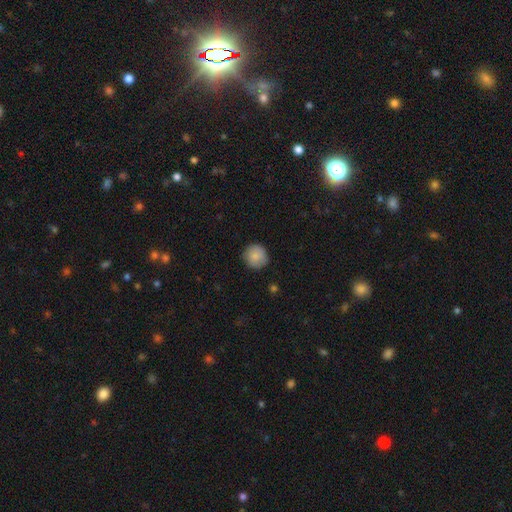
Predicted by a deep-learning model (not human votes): The model was most divided on "merging": none: 87%, minor disturbance: 10%, major disturbance: 2%, merger: 1%. More confident: how rounded — round (94%); smooth or featured — smooth (86%).